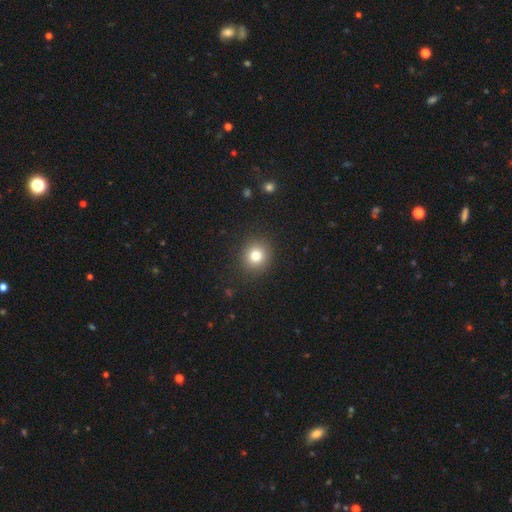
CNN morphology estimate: A smooth galaxy with no disk features (80%) that is round (86%). Merging: none (90%).